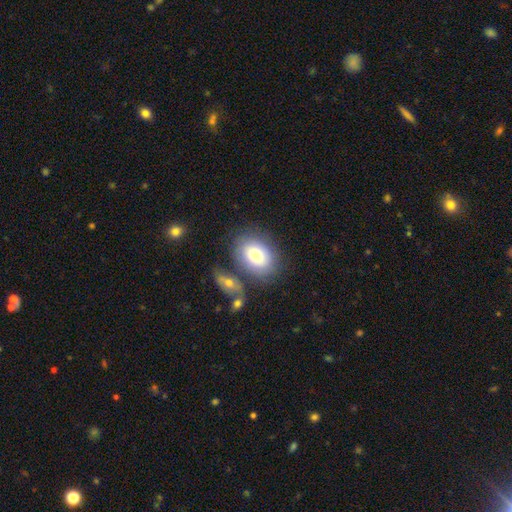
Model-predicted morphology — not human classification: Smooth or featured? Predicted: smooth (p=0.78). How rounded? Predicted: in between (p=0.72). Merging? Predicted: none (p=0.69).